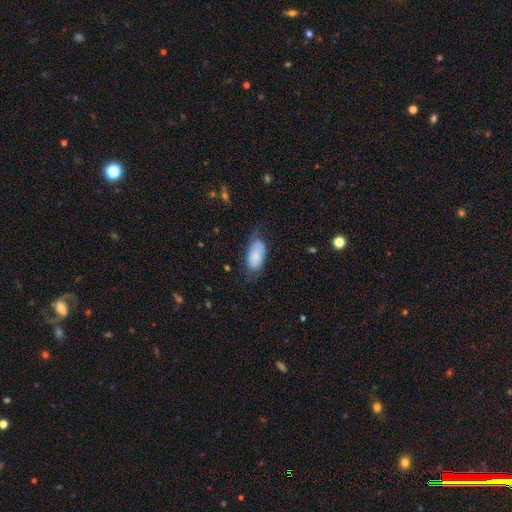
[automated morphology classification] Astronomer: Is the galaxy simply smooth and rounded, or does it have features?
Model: smooth — 77%.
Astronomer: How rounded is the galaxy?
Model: in between — 93%.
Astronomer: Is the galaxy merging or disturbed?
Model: none — 48% (runner-up: minor disturbance, 35%).